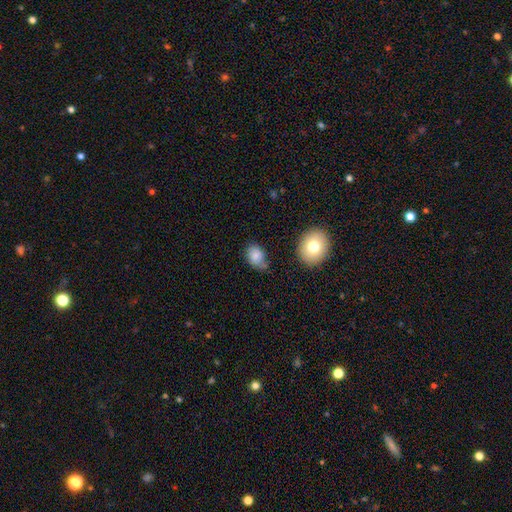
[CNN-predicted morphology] This is clearly a smooth galaxy (80%). How rounded: likely in between (68%). Merging: possibly none (56%).